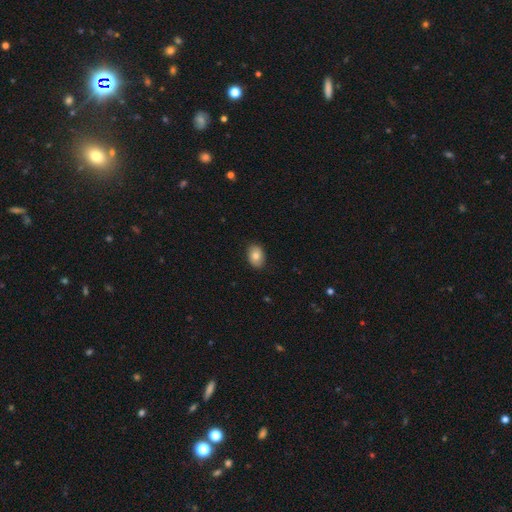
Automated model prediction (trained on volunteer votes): smooth 79%, featured or disk 13%, star or artifact 8%. Down the decision tree: how rounded — in between (78%); merging — none (86%).